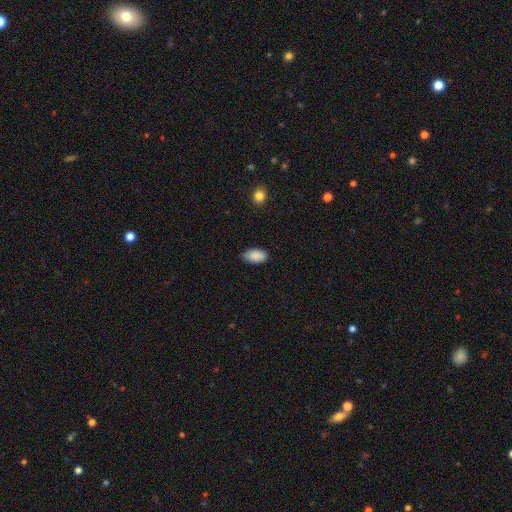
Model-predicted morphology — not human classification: This appears to be a smooth galaxy with no disk features (89%) that is in between round and cigar-shaped (94%). Merging: none (82%).